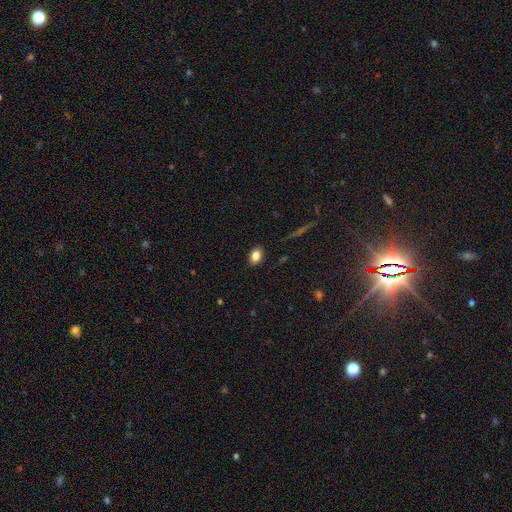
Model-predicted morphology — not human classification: Smooth or featured? smooth (83%)
How rounded? in between (81%)
Merging? none (87%)